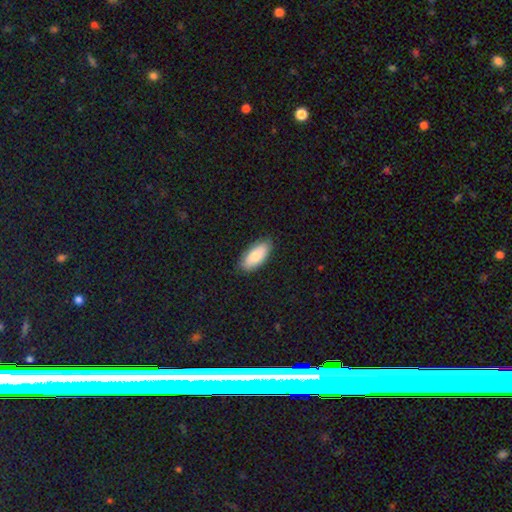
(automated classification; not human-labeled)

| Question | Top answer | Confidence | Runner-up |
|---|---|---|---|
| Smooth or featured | smooth | 84% | featured or disk (11%) |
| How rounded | in between | 88% | cigar-shaped (10%) |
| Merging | none | 86% | minor disturbance (11%) |